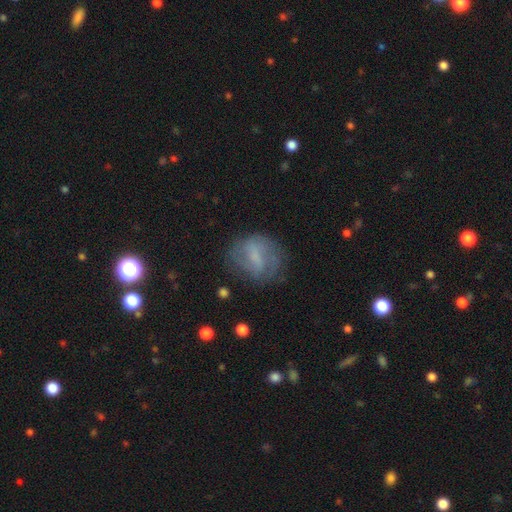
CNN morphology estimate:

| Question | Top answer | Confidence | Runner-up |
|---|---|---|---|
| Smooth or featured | featured or disk | 50% | smooth (40%) |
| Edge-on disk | no | 96% | yes (4%) |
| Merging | none | 64% | minor disturbance (21%) |